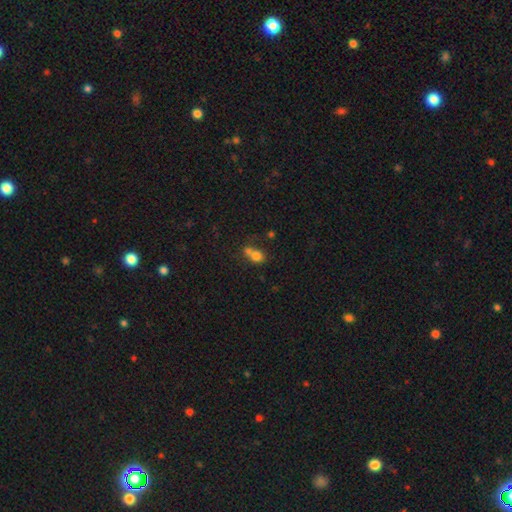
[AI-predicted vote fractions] smooth 75%, featured or disk 13%, star or artifact 13%. Down the decision tree: how rounded — round (60%); merging — merger (55%).